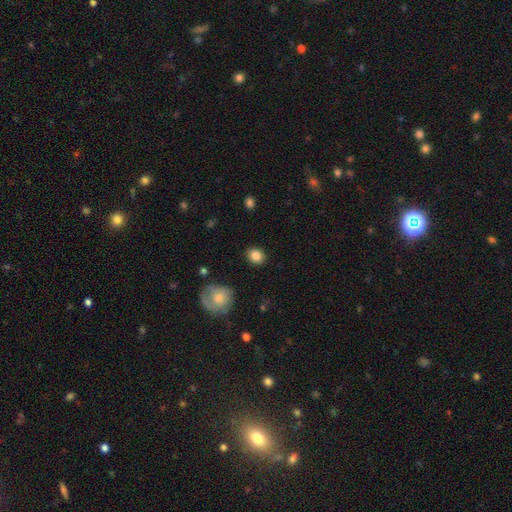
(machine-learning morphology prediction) Overall: smooth (85%). How rounded: round (64%; in between 35%). Merging: none (88%).